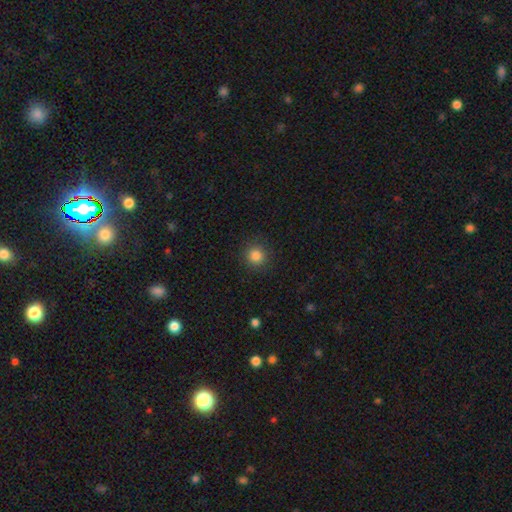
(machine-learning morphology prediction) Smooth or featured: smooth — 85% (star or artifact — 12%)
How rounded: round — 92% (in between — 7%)
Merging: none — 90% (minor disturbance — 7%)